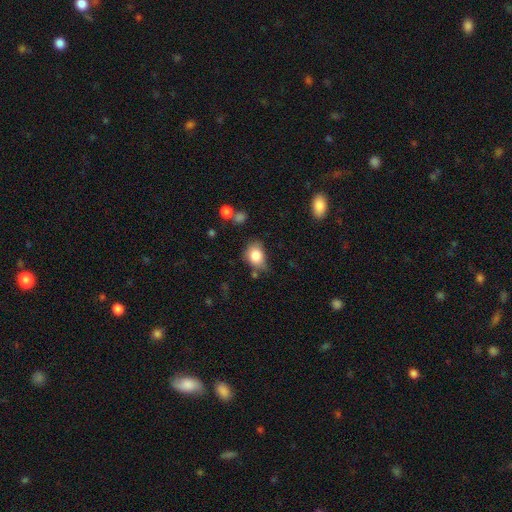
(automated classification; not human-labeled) Q: Smooth or featured?
A: smooth (82%); runner-up: star or artifact (9%)
Q: How rounded?
A: in between (59%); runner-up: round (40%)
Q: Merging?
A: none (52%); runner-up: minor disturbance (33%)